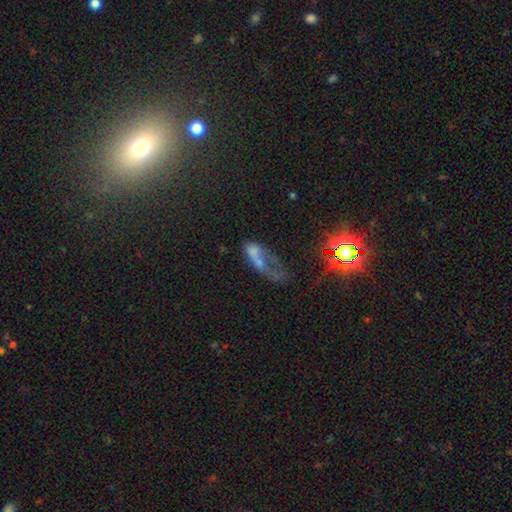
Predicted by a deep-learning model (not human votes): This appears to be a smooth galaxy with no disk features (43%). Merging: major disturbance (48%).